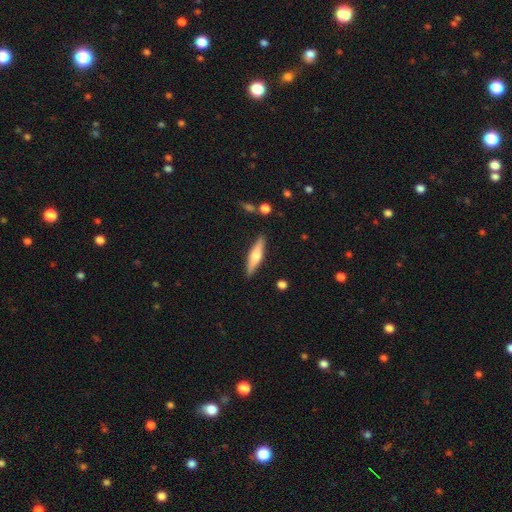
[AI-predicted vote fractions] This is possibly a smooth galaxy (49%). Merging: clearly none (88%).